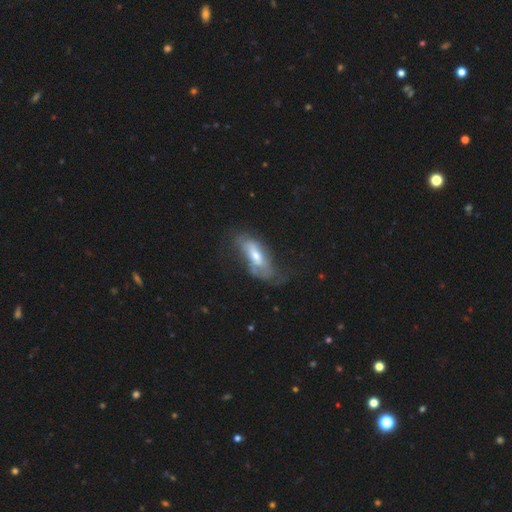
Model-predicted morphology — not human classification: Smooth or featured? featured or disk (51%)
Edge-on disk? no (74%)
Merging? none (38%)